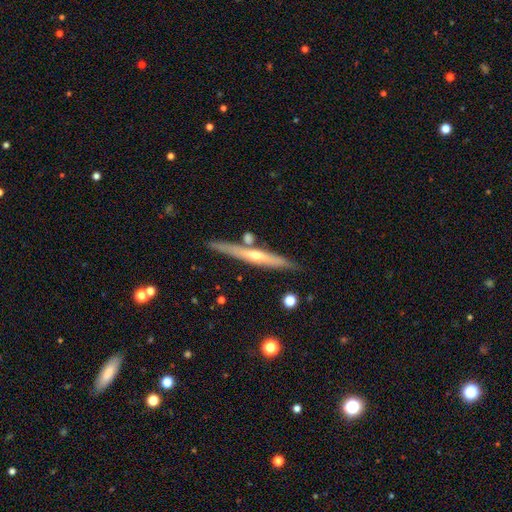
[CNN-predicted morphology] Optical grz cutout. It shows a featured or disk galaxy (67%) viewed edge-on (95%) with a rounded central bulge (72%). Merging: none (81%).